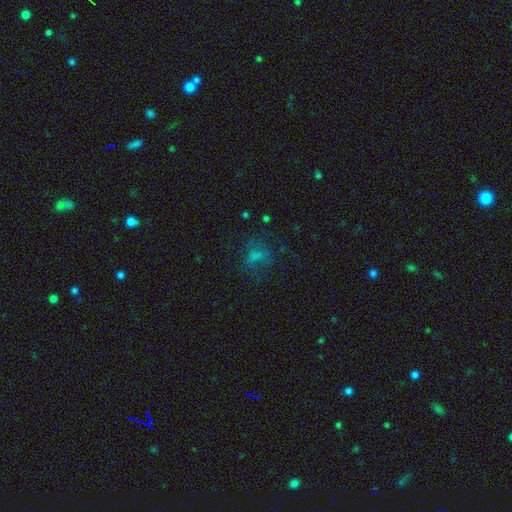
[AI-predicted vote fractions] A smooth galaxy with no disk features (47%).

Vote fractions:
- Smooth or featured? smooth: 47% / star or artifact: 29% / featured or disk: 24%
- Merging? none: 55% / major disturbance: 22% / minor disturbance: 20% / merger: 3%